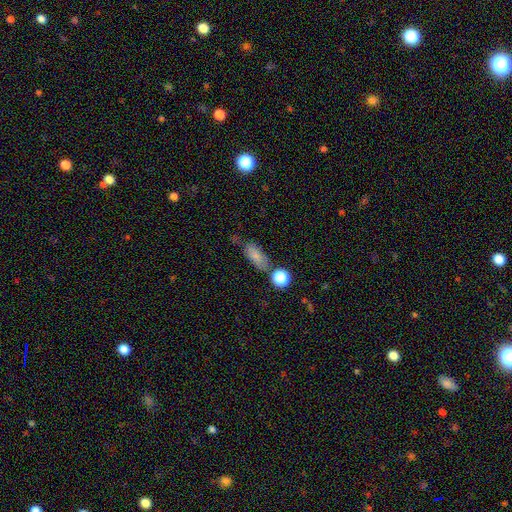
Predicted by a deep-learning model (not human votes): Smooth or featured? smooth (78%)
How rounded? in between (80%)
Merging? none (62%)